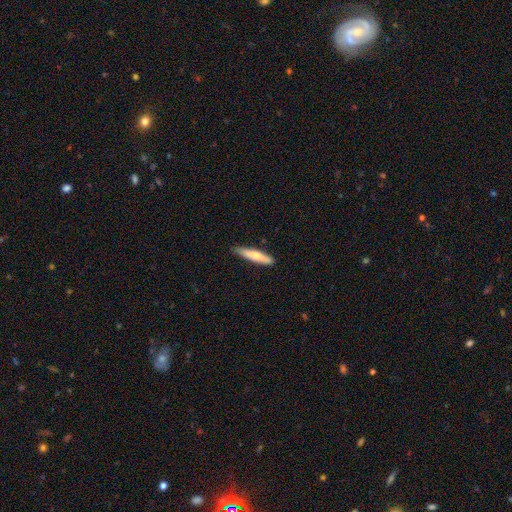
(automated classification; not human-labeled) Morphology: type=smooth (72%); roundness=cigar-shaped (86%); merging=none (83%).